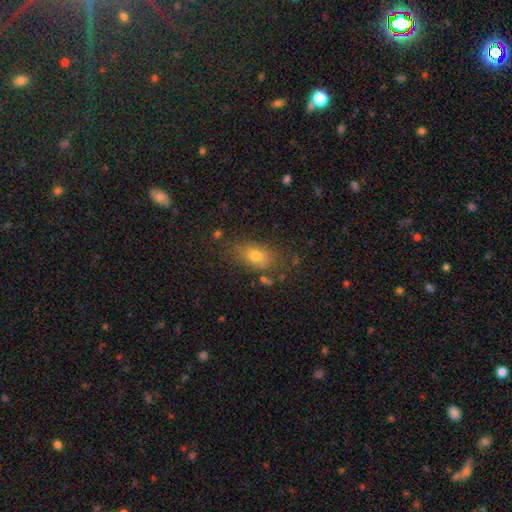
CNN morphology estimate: Smooth or featured?
  - smooth: 72% *
  - featured or disk: 15%
  - star or artifact: 12%
How rounded?
  - in between: 79% *
  - round: 14%
  - cigar-shaped: 7%
Merging?
  - none: 72% *
  - minor disturbance: 17%
  - major disturbance: 6%
  - merger: 5%